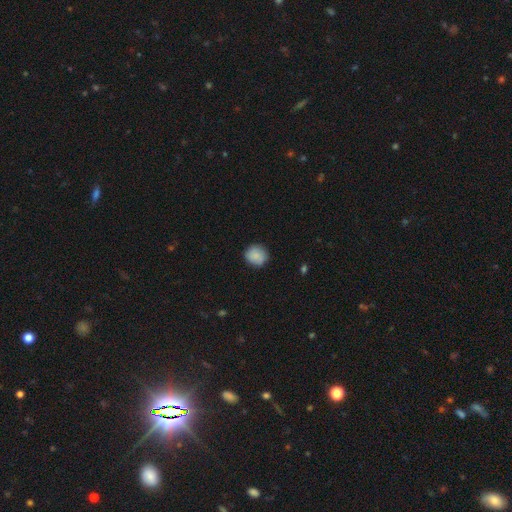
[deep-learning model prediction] This is clearly a smooth galaxy (86%). How rounded: clearly round (87%). Merging: clearly none (86%).